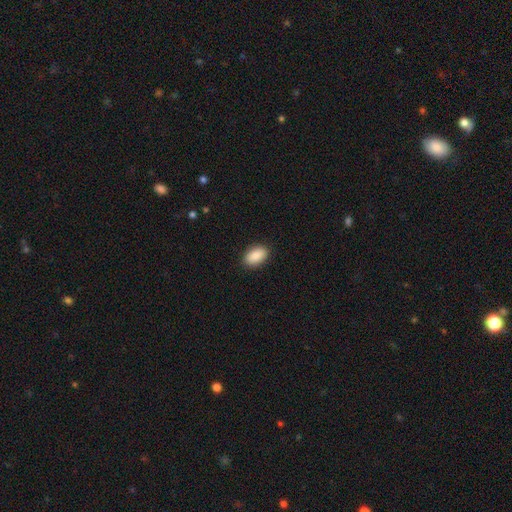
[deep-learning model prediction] smooth_or_featured: smooth (p=0.89) [alt: star or artifact p=0.07]
how_rounded: in between (p=0.93) [alt: round p=0.05]
merging: none (p=0.89) [alt: minor disturbance p=0.08]